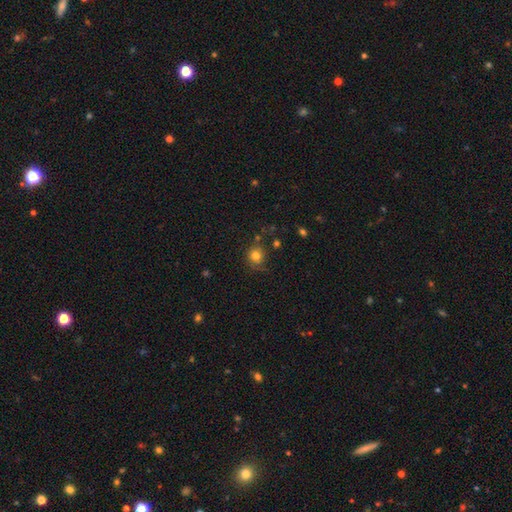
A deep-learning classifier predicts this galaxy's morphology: Q: Smooth or featured?
A: smooth (79%); runner-up: star or artifact (13%)
Q: How rounded?
A: round (87%); runner-up: in between (12%)
Q: Merging?
A: none (72%); runner-up: minor disturbance (18%)